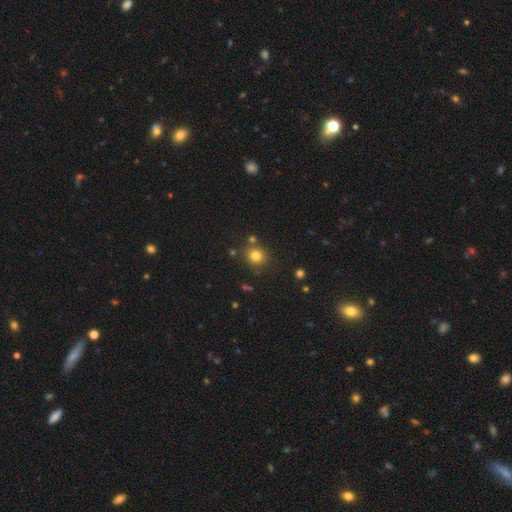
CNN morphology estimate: A smooth galaxy with no disk features (79%) that is round (85%).

Vote fractions:
- Smooth or featured? smooth: 79% / star or artifact: 14% / featured or disk: 7%
- How rounded? round: 85% / in between: 14% / cigar-shaped: 1%
- Merging? none: 79% / minor disturbance: 9% / merger: 8% / major disturbance: 3%